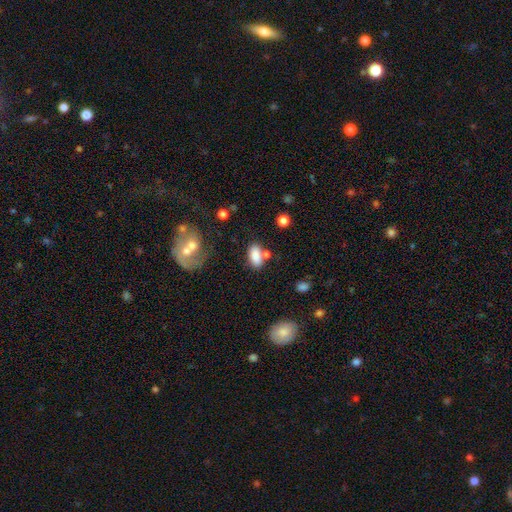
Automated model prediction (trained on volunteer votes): Smooth or featured? smooth (84%)
How rounded? in between (91%)
Merging? none (61%)